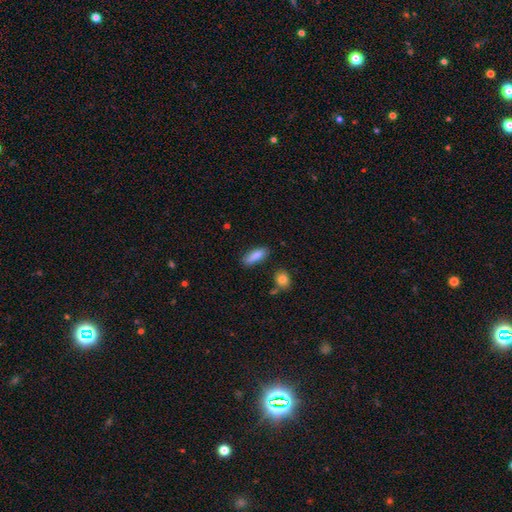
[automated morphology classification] Overall: smooth (85%). How rounded: in between (59%; cigar-shaped 39%). Merging: none (81%).